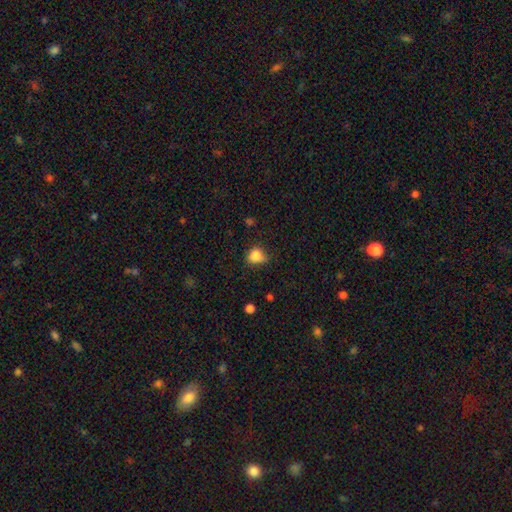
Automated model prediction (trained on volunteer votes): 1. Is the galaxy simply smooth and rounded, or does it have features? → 84% smooth, 10% star or artifact, 6% featured or disk.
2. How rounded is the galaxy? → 69% round, 30% in between, 1% cigar-shaped.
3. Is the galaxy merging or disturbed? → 56% none, 34% minor disturbance, 8% major disturbance, 2% merger.